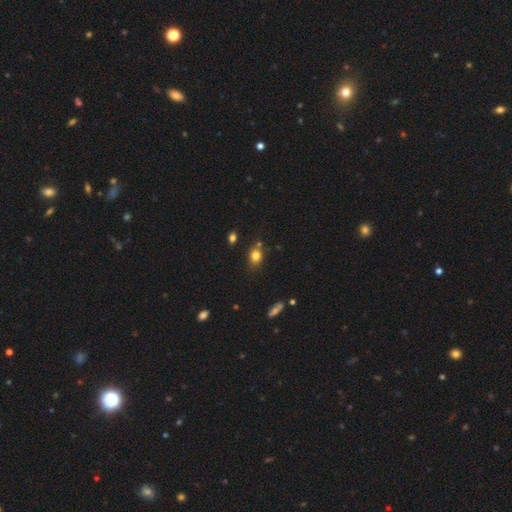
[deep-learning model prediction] A smooth galaxy with no disk features (79%) that is in between round and cigar-shaped (54%).

Vote fractions:
- Smooth or featured? smooth: 79% / star or artifact: 12% / featured or disk: 9%
- How rounded? in between: 54% / round: 44% / cigar-shaped: 2%
- Merging? none: 71% / minor disturbance: 18% / merger: 7% / major disturbance: 4%